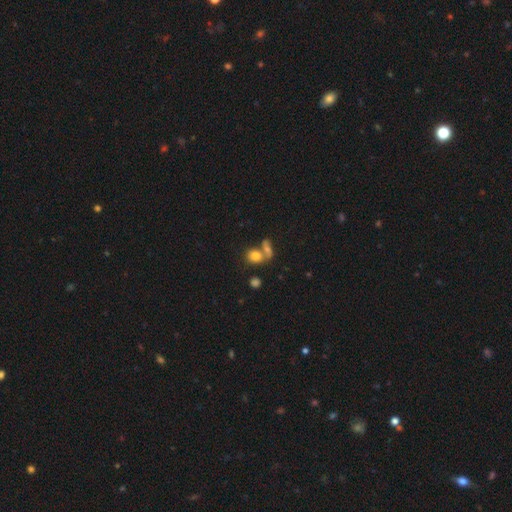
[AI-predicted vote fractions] Smooth or featured? smooth (79%)
How rounded? round (59%)
Merging? merger (43%, tied with none)